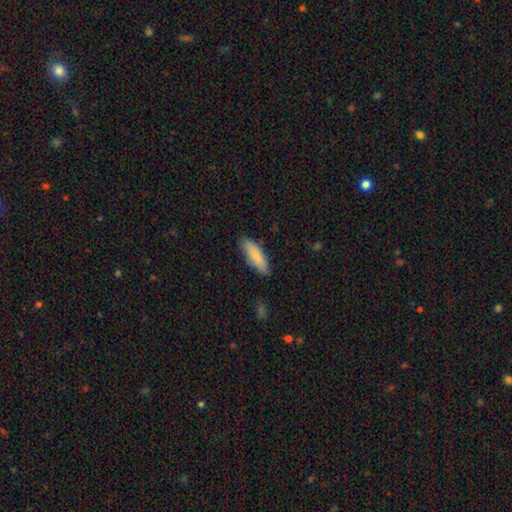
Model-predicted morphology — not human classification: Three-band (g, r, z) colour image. It shows a smooth galaxy with no disk features (84%) that is in between round and cigar-shaped (52%). Merging: none (84%).